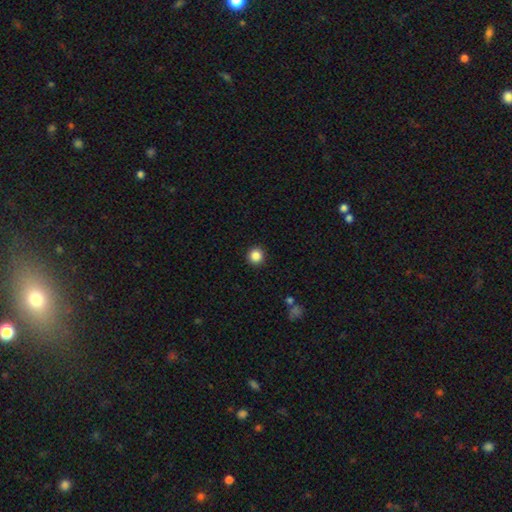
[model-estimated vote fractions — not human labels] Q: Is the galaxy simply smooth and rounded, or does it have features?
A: smooth — 85%.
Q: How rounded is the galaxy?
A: round — 95%.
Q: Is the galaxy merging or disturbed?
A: none — 93%.